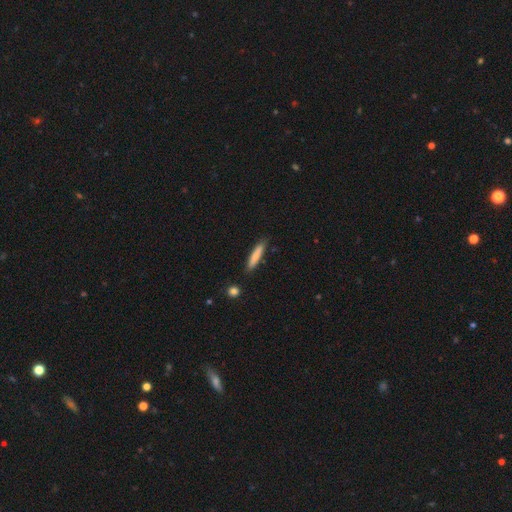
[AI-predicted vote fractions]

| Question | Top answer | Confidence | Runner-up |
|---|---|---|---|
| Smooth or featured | smooth | 79% | featured or disk (15%) |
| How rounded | cigar-shaped | 88% | in between (11%) |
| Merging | none | 85% | minor disturbance (11%) |